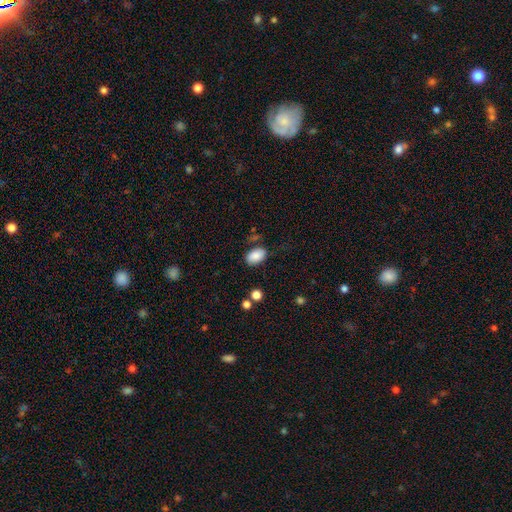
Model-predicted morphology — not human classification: Smooth or featured? Predicted: smooth (p=0.87). How rounded? Predicted: in between (p=0.90). Merging? Predicted: none (p=0.73).